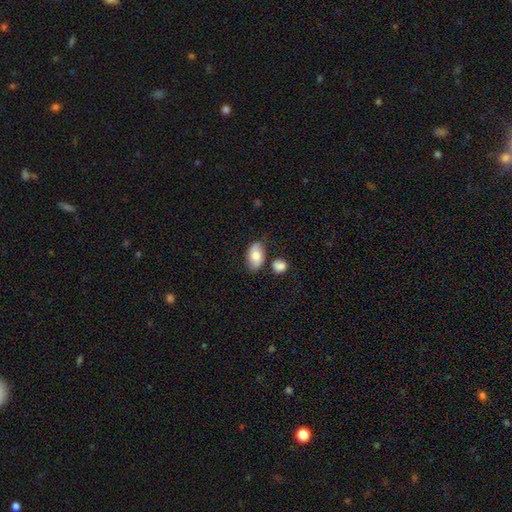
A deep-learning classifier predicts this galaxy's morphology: This is likely a smooth galaxy (72%). How rounded: clearly in between (92%). Merging: likely none (73%).